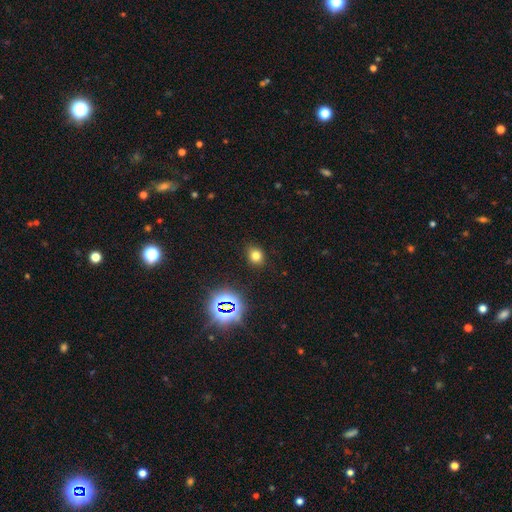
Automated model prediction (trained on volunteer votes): smooth_or_featured: smooth (p=0.72) [alt: star or artifact p=0.21]
how_rounded: round (p=0.67) [alt: in between p=0.32]
merging: none (p=0.86) [alt: minor disturbance p=0.10]